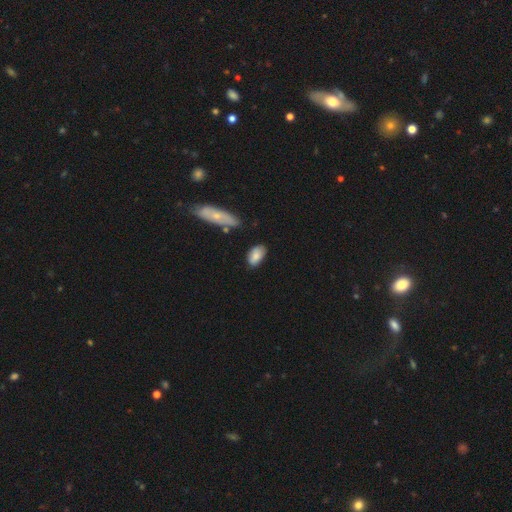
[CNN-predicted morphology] Smooth or featured? Predicted: smooth (p=0.82). How rounded? Predicted: in between (p=0.93). Merging? Predicted: none (p=0.75).